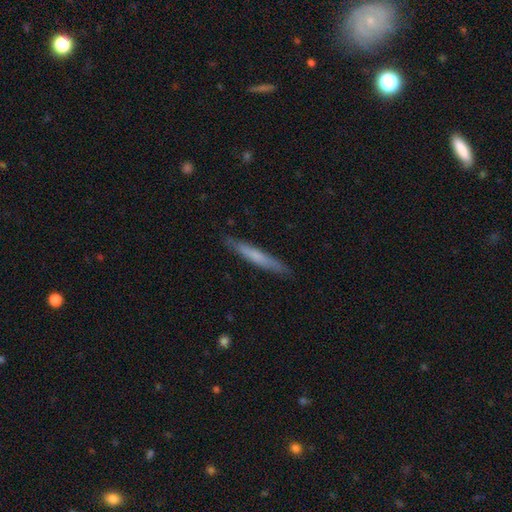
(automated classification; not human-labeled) smooth-or-featured: smooth: 62% | featured or disk: 32% | star or artifact: 5%
  how-rounded: cigar-shaped: 96% | in between: 3% | round: 1%
  merging: none: 88% | minor disturbance: 9% | major disturbance: 2% | merger: 1%